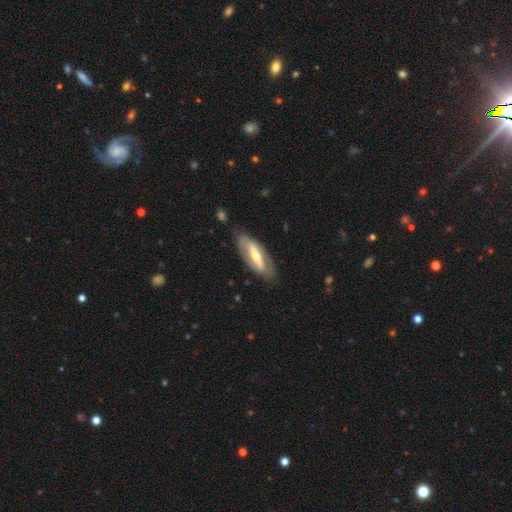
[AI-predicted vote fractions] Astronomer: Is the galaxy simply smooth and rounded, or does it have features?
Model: featured or disk — 68%.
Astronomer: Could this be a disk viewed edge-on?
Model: no — 78%.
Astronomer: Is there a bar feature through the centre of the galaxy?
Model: strong — 61%.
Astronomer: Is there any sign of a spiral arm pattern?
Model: yes — 50%, tied with no at 50%.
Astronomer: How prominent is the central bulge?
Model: moderate — 59%.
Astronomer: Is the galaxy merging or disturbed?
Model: none — 78%.